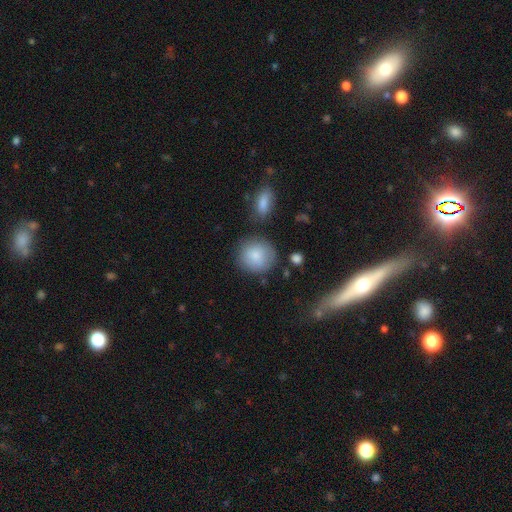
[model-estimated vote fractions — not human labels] smooth 85%, featured or disk 8%, star or artifact 7%. Down the decision tree: how rounded — round (89%); merging — none (75%).